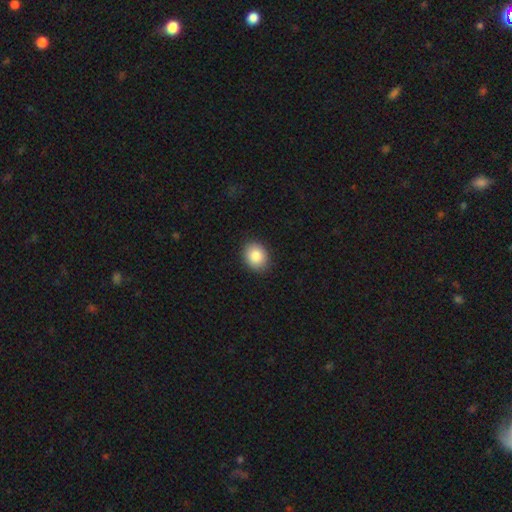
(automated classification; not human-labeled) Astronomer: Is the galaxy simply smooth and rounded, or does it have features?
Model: smooth — 86%.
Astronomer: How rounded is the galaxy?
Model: round — 50% (runner-up: in between, 49%).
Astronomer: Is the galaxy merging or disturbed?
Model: none — 89%.